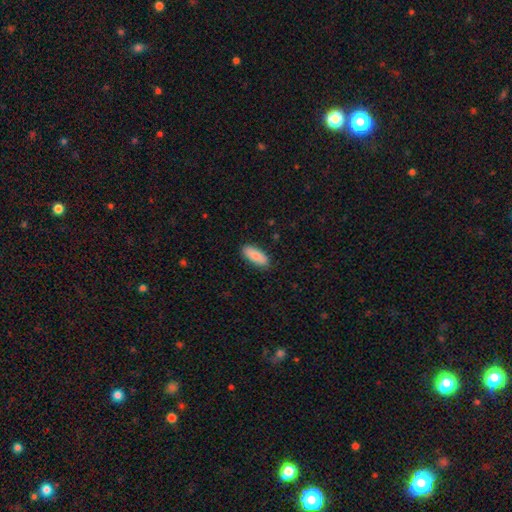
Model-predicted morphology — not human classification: Smooth or featured?
  - smooth: 86% *
  - featured or disk: 9%
  - star or artifact: 6%
How rounded?
  - in between: 81% *
  - cigar-shaped: 17%
  - round: 2%
Merging?
  - none: 88% *
  - minor disturbance: 9%
  - major disturbance: 2%
  - merger: 1%